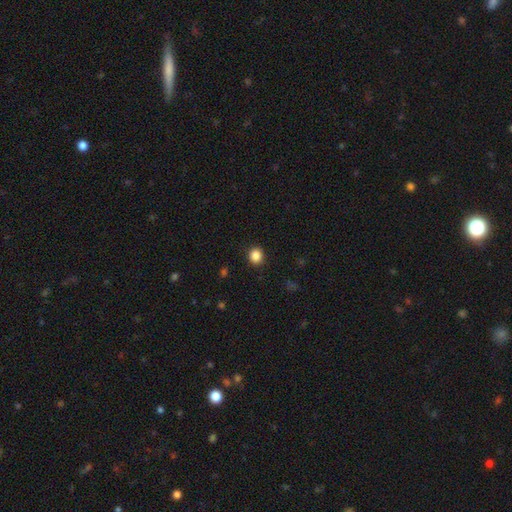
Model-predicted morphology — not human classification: Q: Smooth or featured?
A: smooth (86%); runner-up: star or artifact (10%)
Q: How rounded?
A: round (82%); runner-up: in between (17%)
Q: Merging?
A: none (91%); runner-up: minor disturbance (6%)